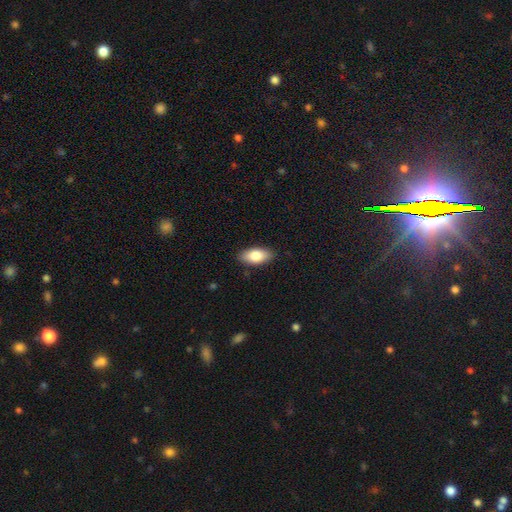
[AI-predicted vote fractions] smooth 82%, featured or disk 12%, star or artifact 6%. Down the decision tree: how rounded — in between (90%); merging — none (88%).